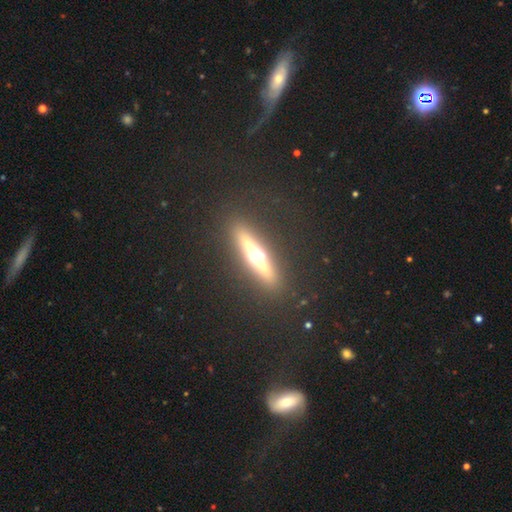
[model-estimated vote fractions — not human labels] Smooth or featured: featured or disk — 72% (smooth — 18%)
Edge-on disk: yes — 95% (no — 5%)
Edge-on bulge: rounded — 93% (boxy — 5%)
Merging: none — 89% (minor disturbance — 7%)